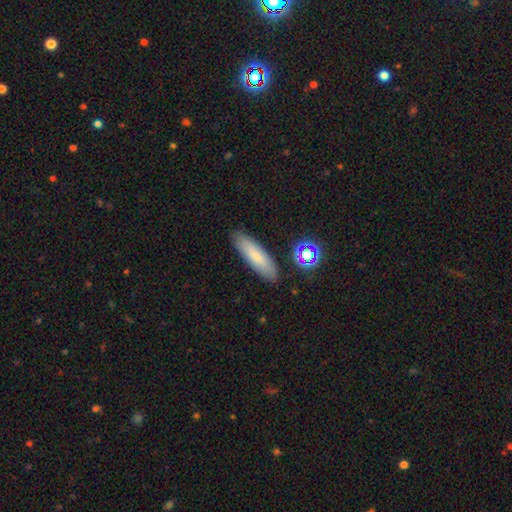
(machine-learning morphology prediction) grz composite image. It shows a smooth galaxy with no disk features (70%) that is cigar-shaped (64%). Merging: none (86%).